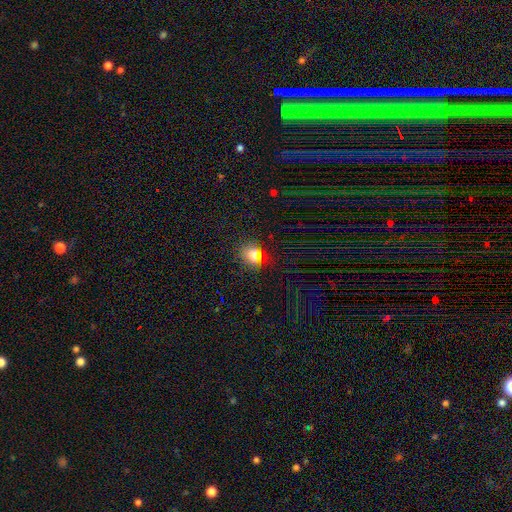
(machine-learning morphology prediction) smooth_or_featured: smooth (p=0.68) [alt: star or artifact p=0.24]
how_rounded: round (p=0.74) [alt: in between p=0.24]
merging: none (p=0.87) [alt: minor disturbance p=0.08]